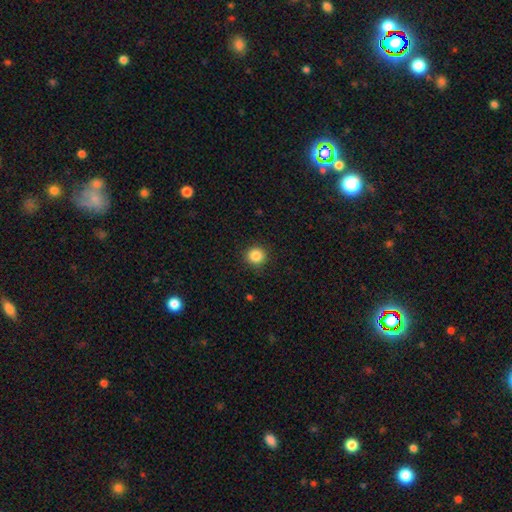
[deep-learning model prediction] Smooth or featured? smooth (86%)
How rounded? round (92%)
Merging? none (91%)